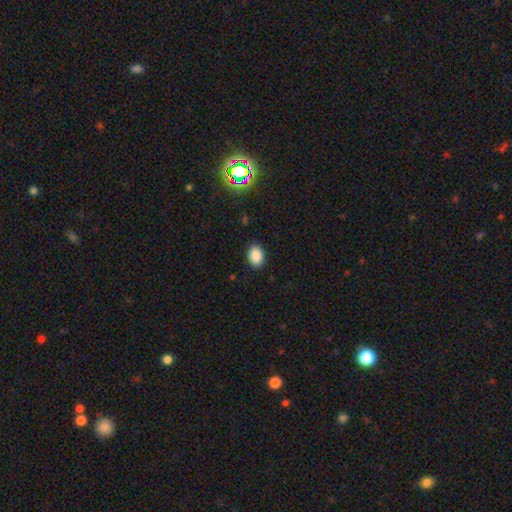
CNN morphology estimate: Smooth or featured? Predicted: smooth (p=0.87). How rounded? Predicted: in between (p=0.81). Merging? Predicted: none (p=0.87).